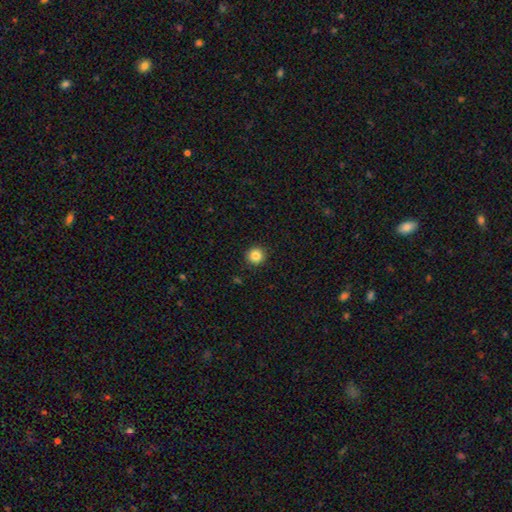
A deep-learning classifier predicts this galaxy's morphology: Smooth or featured: smooth — 85% (star or artifact — 11%)
How rounded: round — 95% (in between — 4%)
Merging: none — 92% (minor disturbance — 5%)